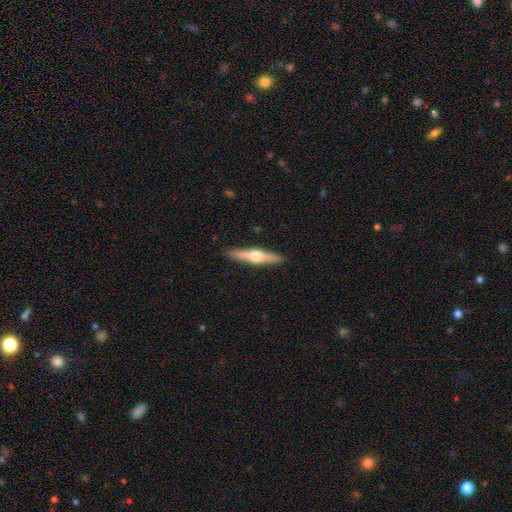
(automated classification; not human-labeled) Morphology: type=featured or disk (65%); edge-on=yes (97%); edge-on bulge=rounded (95%); merging=none (91%).